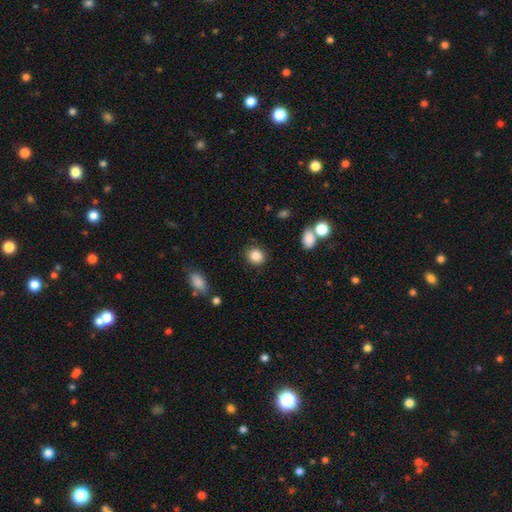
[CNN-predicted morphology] Smooth or featured? smooth (87%)
How rounded? round (72%)
Merging? none (86%)